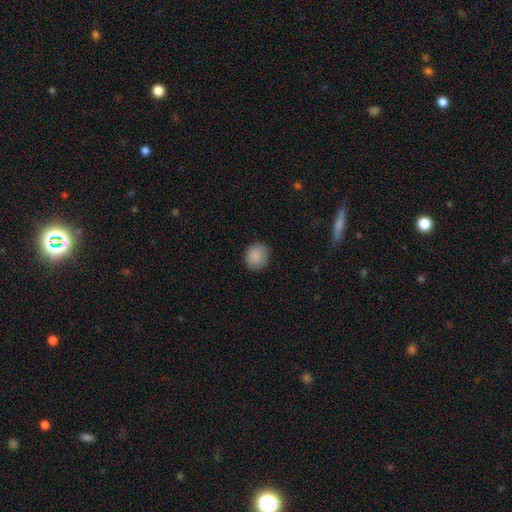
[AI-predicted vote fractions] Overall: smooth (88%). How rounded: round (85%). Merging: none (87%).